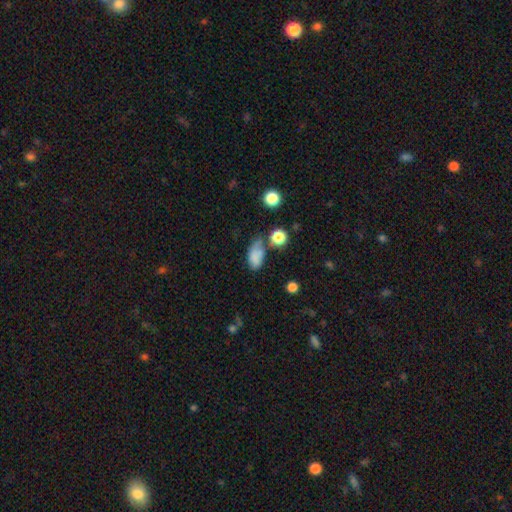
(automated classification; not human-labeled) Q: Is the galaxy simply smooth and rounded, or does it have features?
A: smooth — 76%.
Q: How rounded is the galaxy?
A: in between — 87%.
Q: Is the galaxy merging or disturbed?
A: none — 39%.